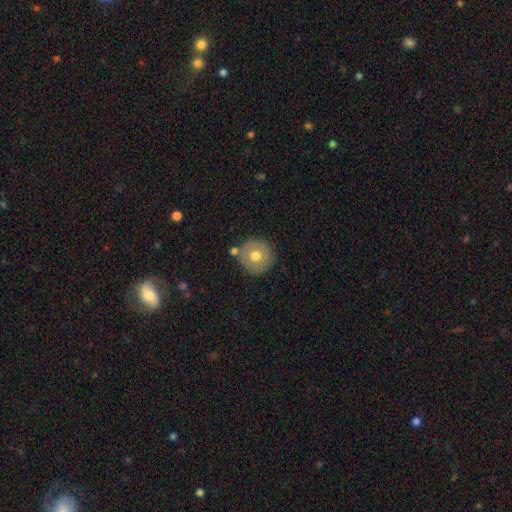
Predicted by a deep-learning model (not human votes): The model was most divided on "smooth or featured": smooth: 68%, featured or disk: 24%, star or artifact: 8%. More confident: how rounded — round (94%); merging — none (76%).